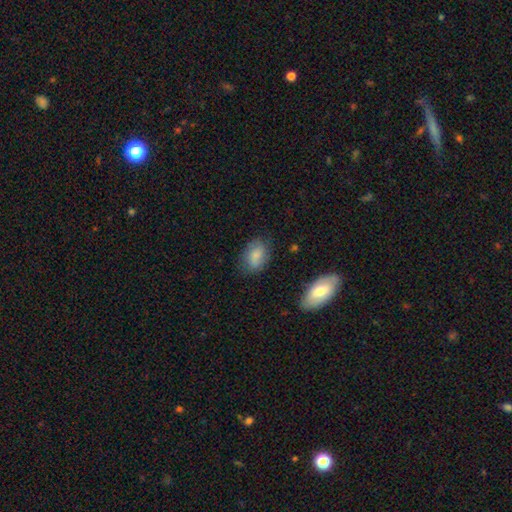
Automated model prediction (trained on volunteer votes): This is likely a smooth galaxy (76%). How rounded: clearly in between (82%). Merging: likely none (72%).